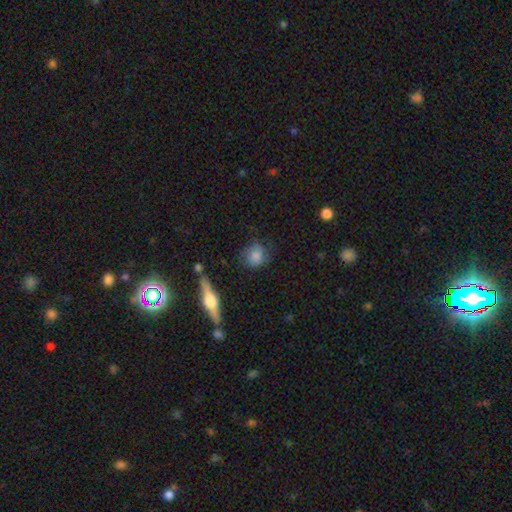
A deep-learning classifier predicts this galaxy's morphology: smooth_or_featured: smooth (p=0.75) [alt: featured or disk p=0.16]
how_rounded: round (p=0.73) [alt: in between p=0.24]
merging: none (p=0.72) [alt: minor disturbance p=0.20]